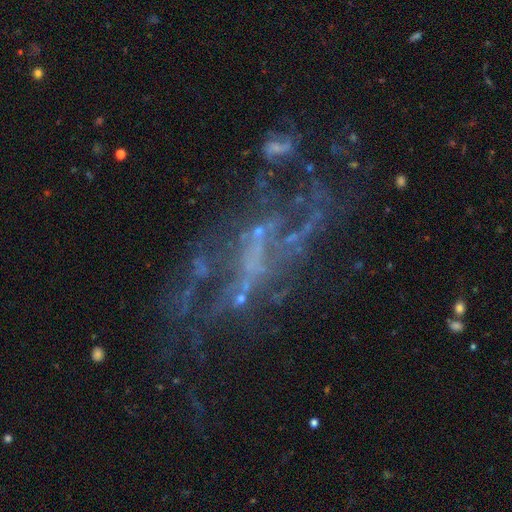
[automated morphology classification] featured or disk 72%, star or artifact 18%, smooth 10%. Down the decision tree: edge-on disk — no (89%); bar — no (48%); spiral arms — yes (51%); bulge size — none (66%); merging — none (46%).